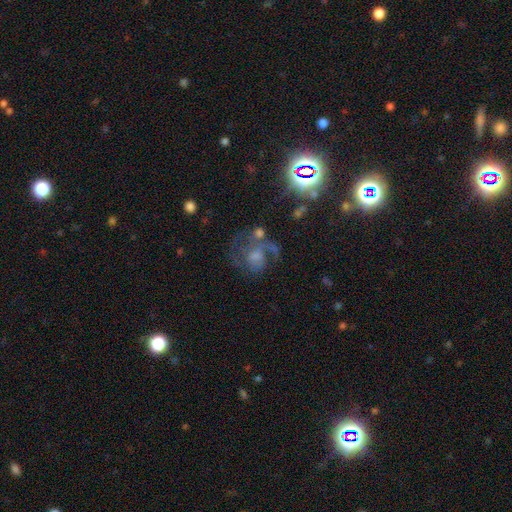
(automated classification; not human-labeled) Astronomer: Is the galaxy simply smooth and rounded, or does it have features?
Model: featured or disk — 58%.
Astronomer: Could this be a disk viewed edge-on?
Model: no — 97%.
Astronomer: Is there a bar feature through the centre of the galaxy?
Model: no — 68%.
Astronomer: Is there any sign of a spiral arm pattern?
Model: yes — 82%.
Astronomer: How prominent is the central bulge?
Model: moderate — 39% (runner-up: small, 32%).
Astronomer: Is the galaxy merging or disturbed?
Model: none — 48% (runner-up: major disturbance, 25%).